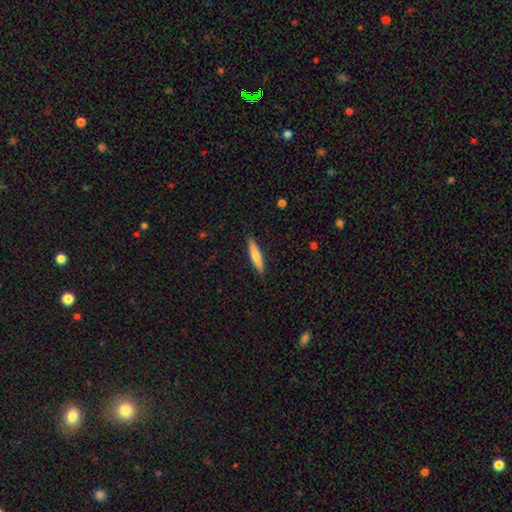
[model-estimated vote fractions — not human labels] This appears to be a smooth galaxy with no disk features (66%) that is cigar-shaped (88%). Merging: none (89%).